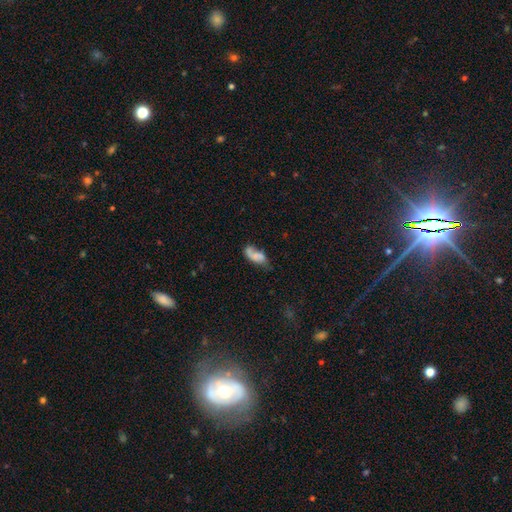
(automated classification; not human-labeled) This appears to be a smooth galaxy with no disk features (61%) that is in between round and cigar-shaped (83%). Merging: none (35%).